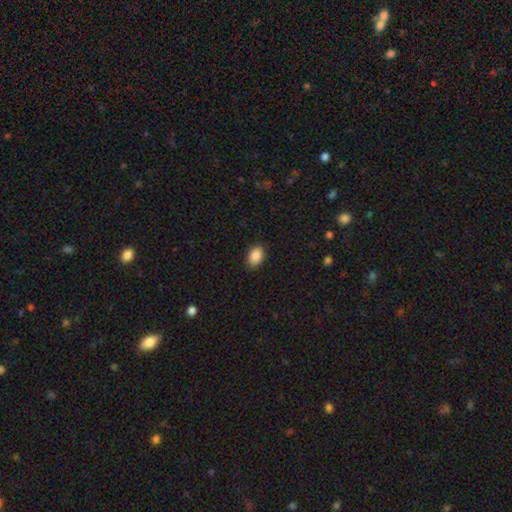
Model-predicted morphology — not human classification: smooth-or-featured: smooth: 89% | star or artifact: 7% | featured or disk: 3%
  how-rounded: in between: 85% | round: 14% | cigar-shaped: 1%
  merging: none: 88% | minor disturbance: 9% | major disturbance: 2% | merger: 1%